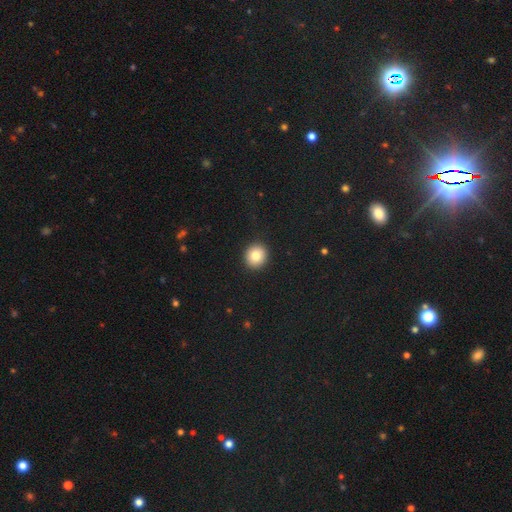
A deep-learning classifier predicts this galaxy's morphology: The model was most divided on "smooth or featured": smooth: 81%, star or artifact: 10%, featured or disk: 9%. More confident: merging — none (93%); how rounded — round (88%).